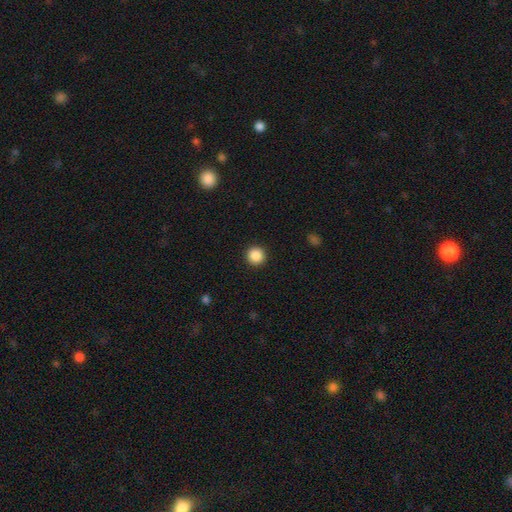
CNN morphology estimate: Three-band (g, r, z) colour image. It shows a smooth galaxy with no disk features (88%) that is round (95%). Merging: none (93%).